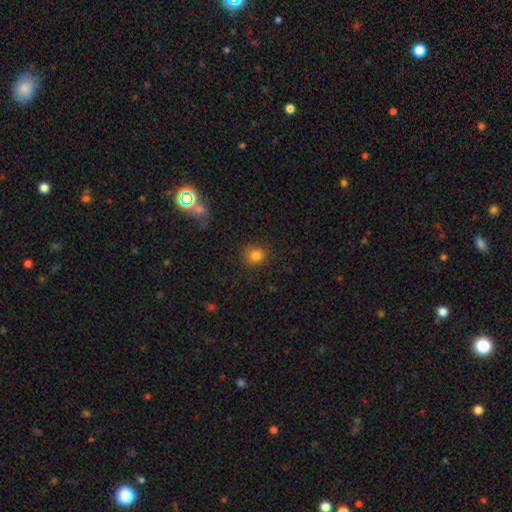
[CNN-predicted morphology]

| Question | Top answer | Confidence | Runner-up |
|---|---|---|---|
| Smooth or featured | smooth | 82% | star or artifact (13%) |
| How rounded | round | 81% | in between (18%) |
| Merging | none | 83% | minor disturbance (12%) |